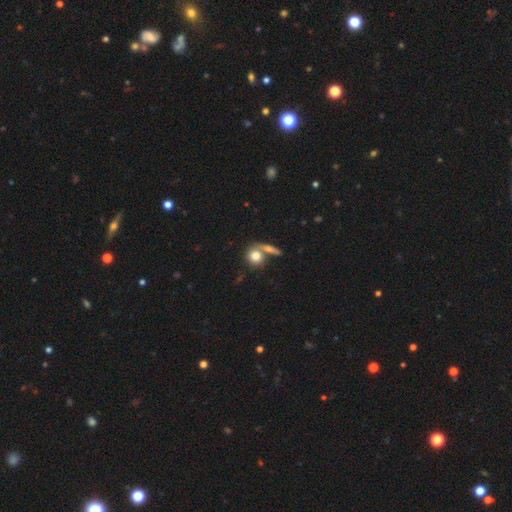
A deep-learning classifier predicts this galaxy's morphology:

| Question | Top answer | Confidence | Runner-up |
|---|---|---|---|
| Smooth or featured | smooth | 76% | featured or disk (15%) |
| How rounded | round | 78% | in between (19%) |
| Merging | none | 48% | merger (37%) |